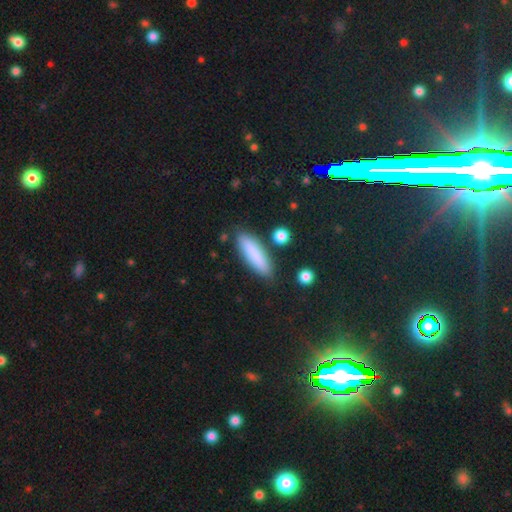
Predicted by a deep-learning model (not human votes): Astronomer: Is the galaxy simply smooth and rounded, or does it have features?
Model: smooth — 82%.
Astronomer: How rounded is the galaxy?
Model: cigar-shaped — 64%.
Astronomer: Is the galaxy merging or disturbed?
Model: none — 83%.